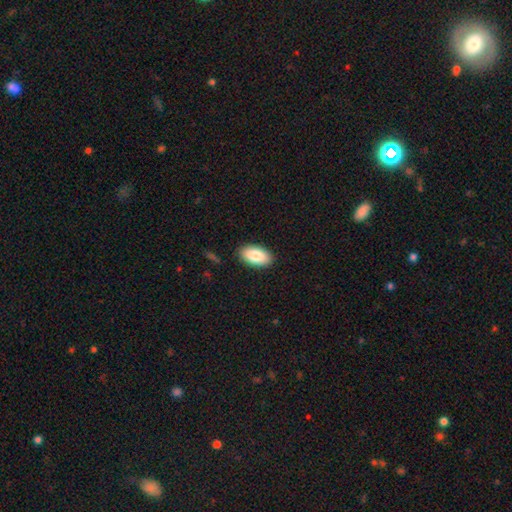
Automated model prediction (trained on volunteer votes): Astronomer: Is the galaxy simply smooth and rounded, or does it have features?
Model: smooth — 86%.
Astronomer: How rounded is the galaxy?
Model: in between — 95%.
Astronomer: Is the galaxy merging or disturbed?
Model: none — 89%.